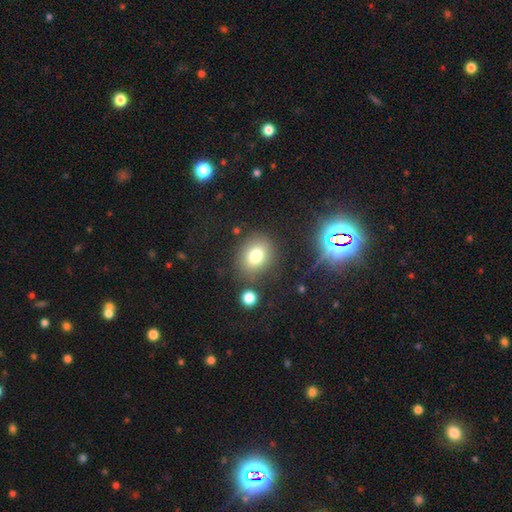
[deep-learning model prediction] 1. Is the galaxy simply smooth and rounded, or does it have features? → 76% smooth, 14% star or artifact, 10% featured or disk.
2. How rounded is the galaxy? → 60% round, 39% in between, 1% cigar-shaped.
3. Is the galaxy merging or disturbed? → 80% none, 11% minor disturbance, 5% merger, 4% major disturbance.